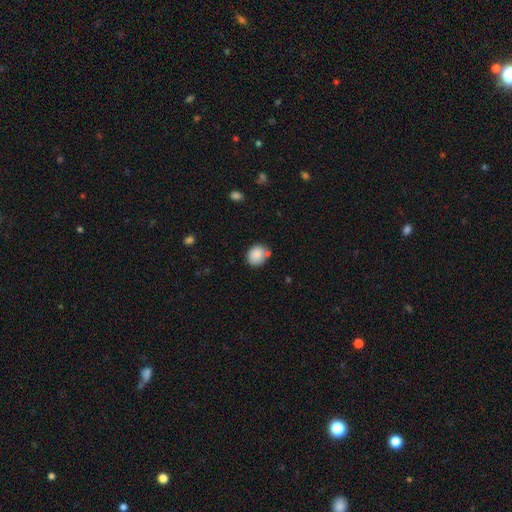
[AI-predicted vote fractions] Smooth or featured? Predicted: smooth (p=0.86). How rounded? Predicted: round (p=0.66). Merging? Predicted: none (p=0.66).